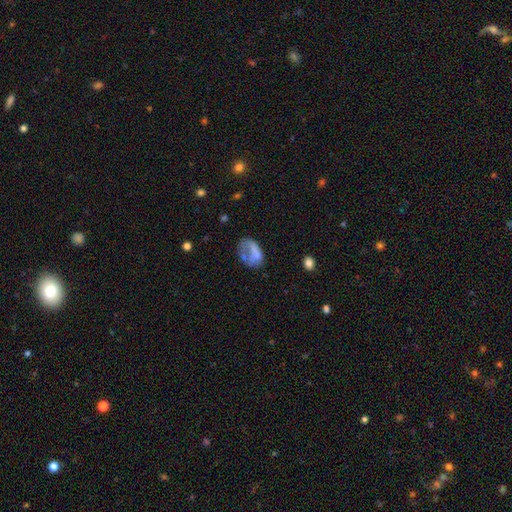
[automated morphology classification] Smooth or featured?
  - smooth: 51% *
  - featured or disk: 38%
  - star or artifact: 11%
How rounded?
  - in between: 80% *
  - round: 18%
  - cigar-shaped: 2%
Merging?
  - major disturbance: 36% *
  - none: 31%
  - minor disturbance: 22%
  - merger: 11%